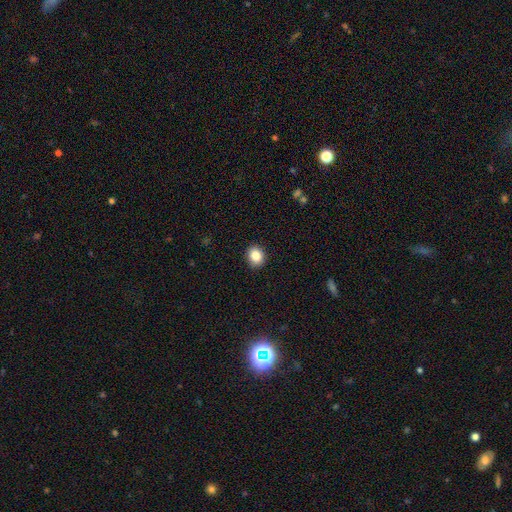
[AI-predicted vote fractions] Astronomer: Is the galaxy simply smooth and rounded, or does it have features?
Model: smooth — 86%.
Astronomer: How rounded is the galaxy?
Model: round — 60% (runner-up: in between, 39%).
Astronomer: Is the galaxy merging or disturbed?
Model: none — 90%.